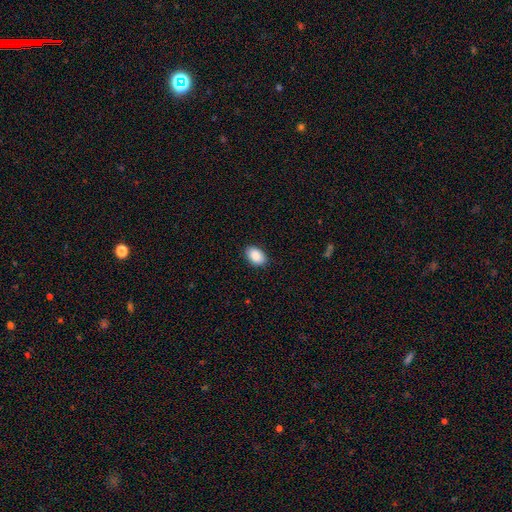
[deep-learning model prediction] Q: Smooth or featured?
A: smooth (90%); runner-up: star or artifact (7%)
Q: How rounded?
A: in between (89%); runner-up: round (10%)
Q: Merging?
A: none (88%); runner-up: minor disturbance (9%)